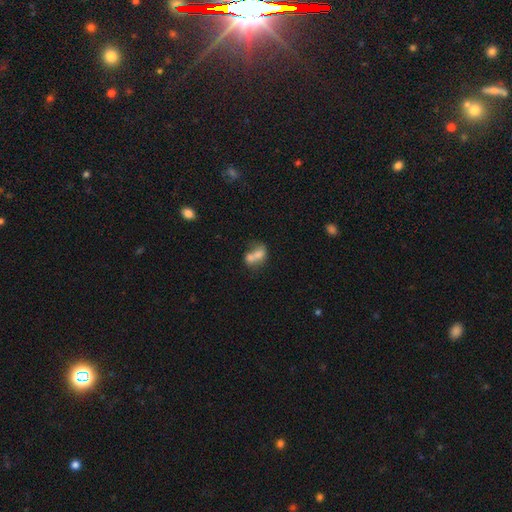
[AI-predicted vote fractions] Q: Smooth or featured?
A: smooth (67%); runner-up: featured or disk (23%)
Q: How rounded?
A: in between (71%); runner-up: round (24%)
Q: Merging?
A: merger (65%); runner-up: none (19%)